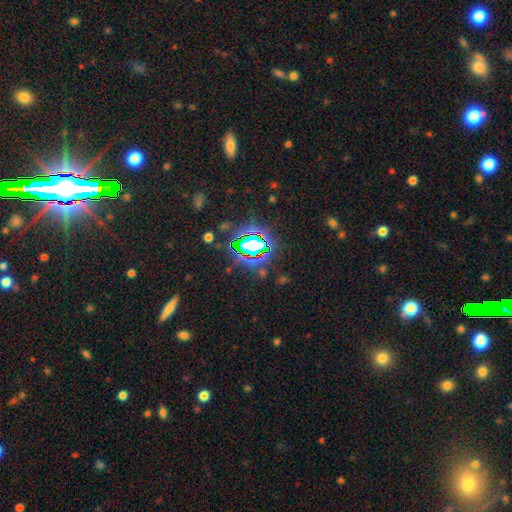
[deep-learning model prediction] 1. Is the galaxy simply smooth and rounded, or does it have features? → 81% star or artifact, 11% smooth, 8% featured or disk.